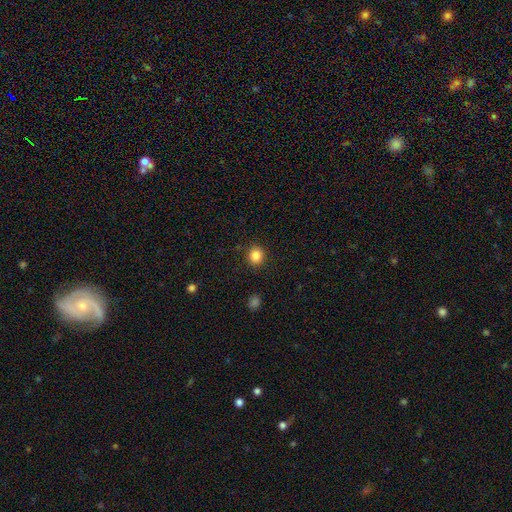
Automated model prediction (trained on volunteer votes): Smooth or featured? Predicted: smooth (p=0.85). How rounded? Predicted: round (p=0.84). Merging? Predicted: none (p=0.91).